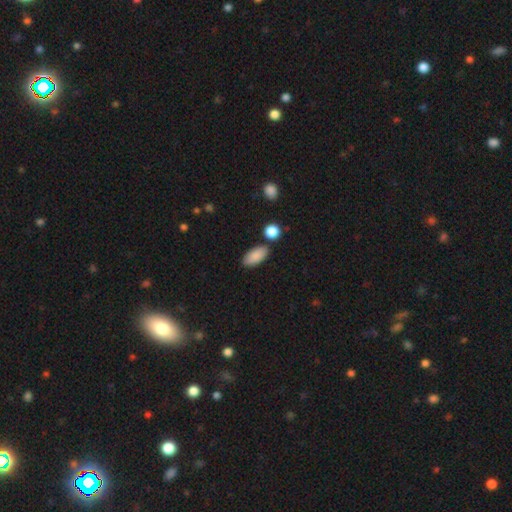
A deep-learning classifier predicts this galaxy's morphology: type=smooth (87%); roundness=in between (90%); merging=none (80%).